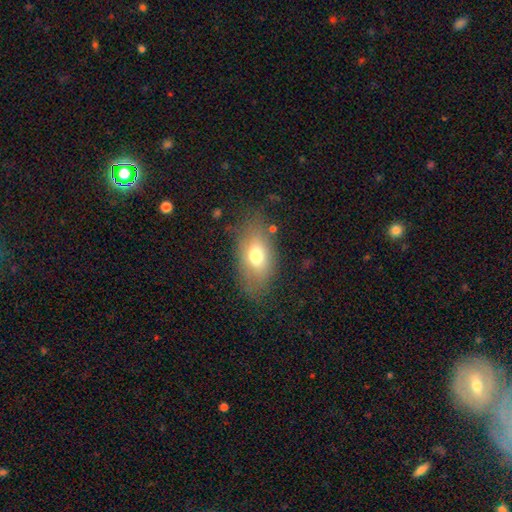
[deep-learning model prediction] smooth 69%, featured or disk 21%, star or artifact 10%. Down the decision tree: how rounded — in between (86%); merging — none (74%).